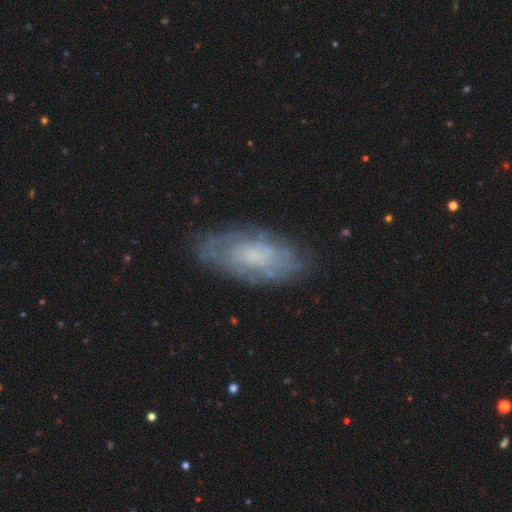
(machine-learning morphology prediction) Smooth or featured: featured or disk — 54% (smooth — 39%)
Edge-on disk: no — 89% (yes — 11%)
Merging: none — 76% (minor disturbance — 17%)